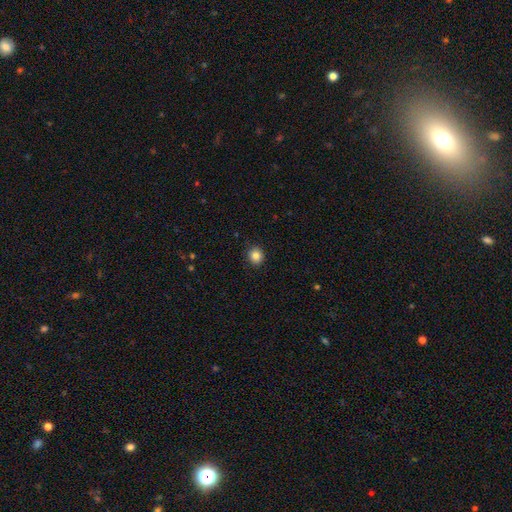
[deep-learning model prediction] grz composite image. It shows a smooth galaxy with no disk features (84%) that is round (85%). Merging: none (91%).